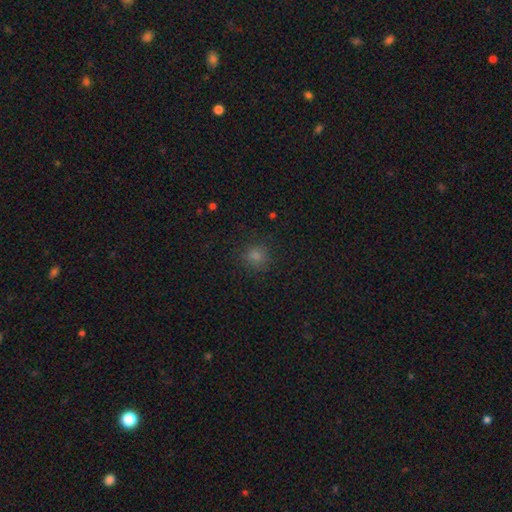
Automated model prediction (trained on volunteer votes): smooth-or-featured: smooth: 74% | star or artifact: 21% | featured or disk: 5%
  how-rounded: round: 91% | in between: 8% | cigar-shaped: 1%
  merging: none: 89% | minor disturbance: 8% | major disturbance: 2% | merger: 1%